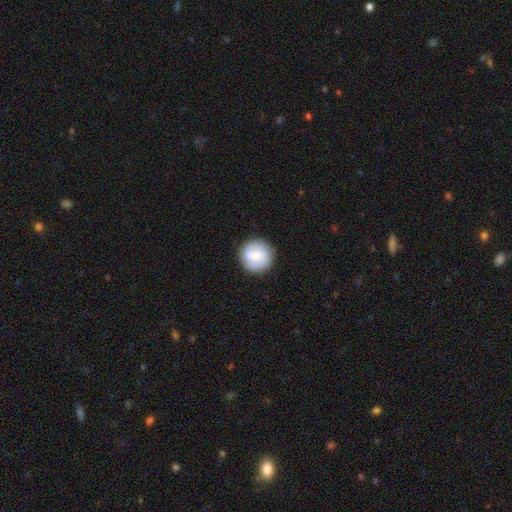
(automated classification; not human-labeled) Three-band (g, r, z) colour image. It shows a smooth galaxy with no disk features (67%) that is round (94%). Merging: none (88%).